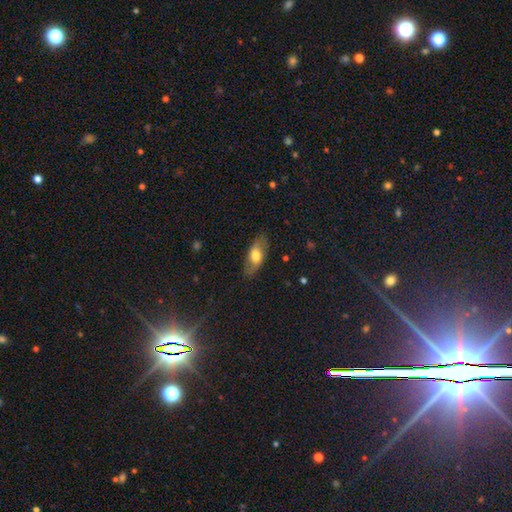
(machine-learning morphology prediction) Smooth or featured? Predicted: smooth (p=0.62). How rounded? Predicted: in between (p=0.82). Merging? Predicted: none (p=0.81).